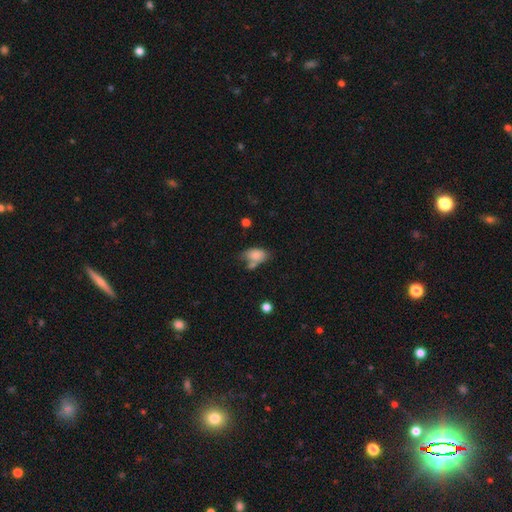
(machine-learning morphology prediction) Overall: smooth (79%). How rounded: in between (90%). Merging: none (39%; merger 27%).